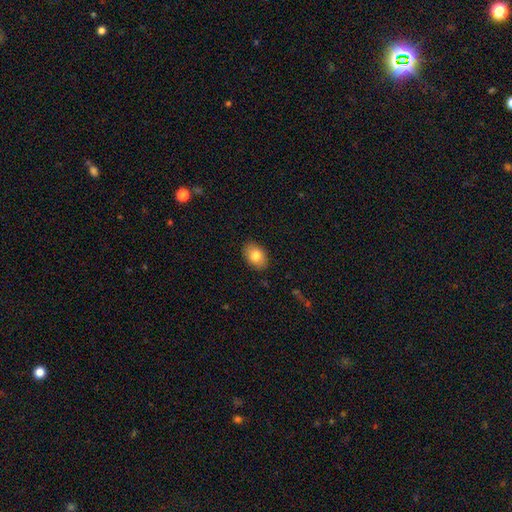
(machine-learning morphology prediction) smooth 81%, featured or disk 11%, star or artifact 8%. Down the decision tree: how rounded — in between (81%); merging — none (88%).